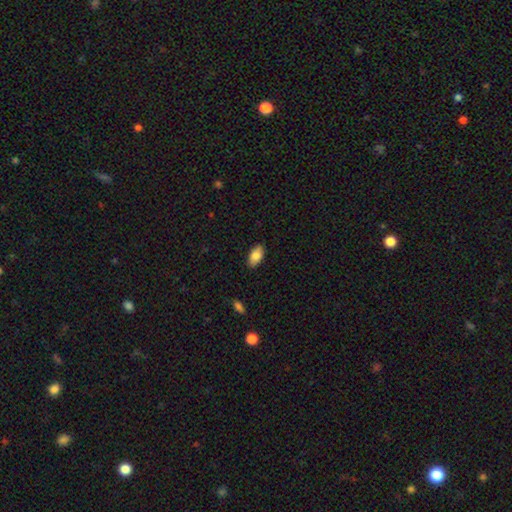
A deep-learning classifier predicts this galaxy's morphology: The model was most divided on "smooth or featured": smooth: 85%, featured or disk: 9%, star or artifact: 7%. More confident: how rounded — in between (93%); merging — none (88%).